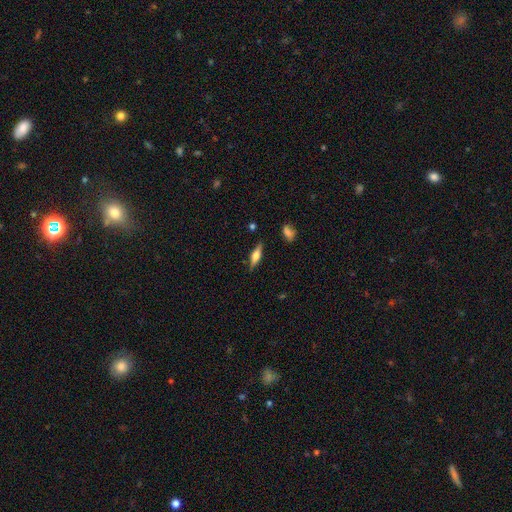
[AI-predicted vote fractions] Overall: featured or disk (50%; smooth 43%). Merging: none (86%).